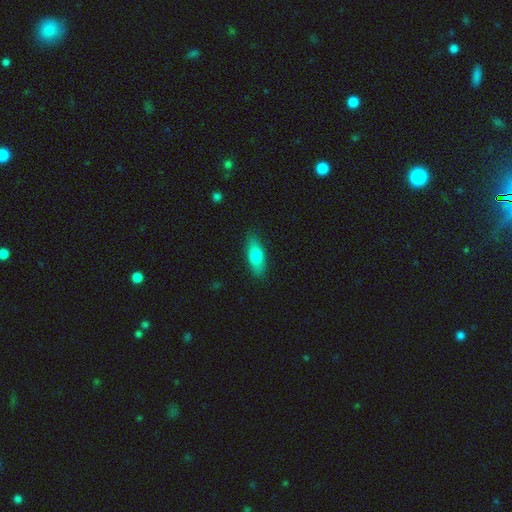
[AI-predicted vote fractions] Q: Smooth or featured?
A: smooth (75%); runner-up: featured or disk (19%)
Q: How rounded?
A: in between (72%); runner-up: cigar-shaped (24%)
Q: Merging?
A: none (85%); runner-up: minor disturbance (11%)